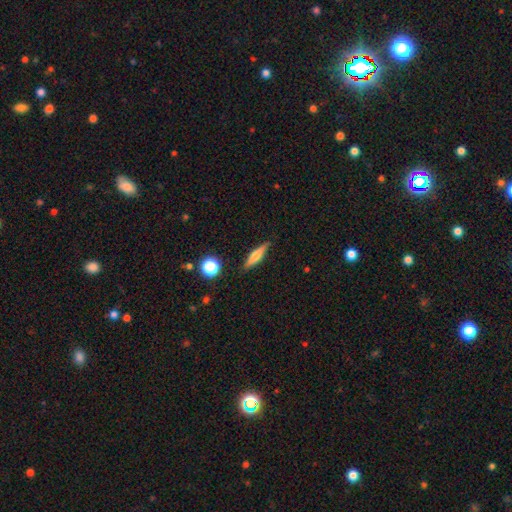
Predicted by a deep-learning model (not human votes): A smooth galaxy with no disk features (52%) that is cigar-shaped (80%).

Vote fractions:
- Smooth or featured? smooth: 52% / featured or disk: 39% / star or artifact: 8%
- How rounded? cigar-shaped: 80% / in between: 17% / round: 3%
- Merging? none: 86% / minor disturbance: 10% / major disturbance: 2% / merger: 2%